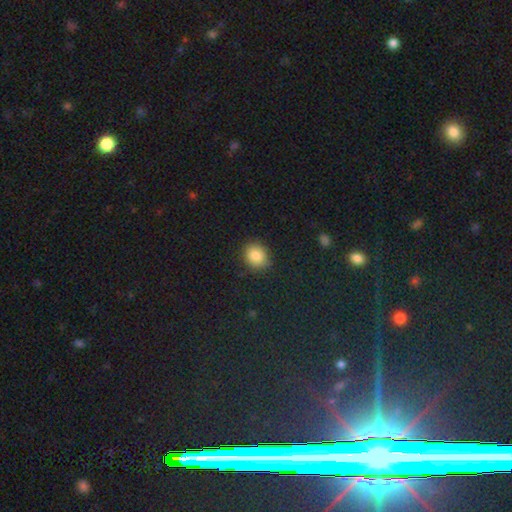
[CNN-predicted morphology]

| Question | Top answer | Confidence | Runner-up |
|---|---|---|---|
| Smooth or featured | smooth | 85% | star or artifact (10%) |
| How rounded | round | 68% | in between (31%) |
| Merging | none | 85% | minor disturbance (11%) |